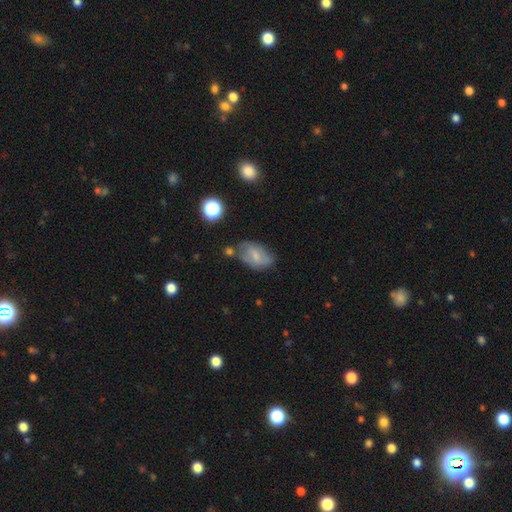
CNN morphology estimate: Smooth or featured: smooth — 52% (featured or disk — 38%)
How rounded: in between — 88% (round — 9%)
Merging: none — 57% (minor disturbance — 27%)